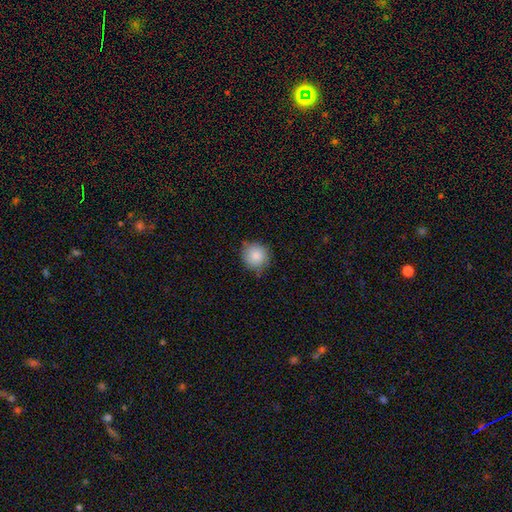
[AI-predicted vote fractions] Q: Smooth or featured?
A: smooth (86%); runner-up: star or artifact (8%)
Q: How rounded?
A: round (91%); runner-up: in between (8%)
Q: Merging?
A: none (79%); runner-up: minor disturbance (17%)